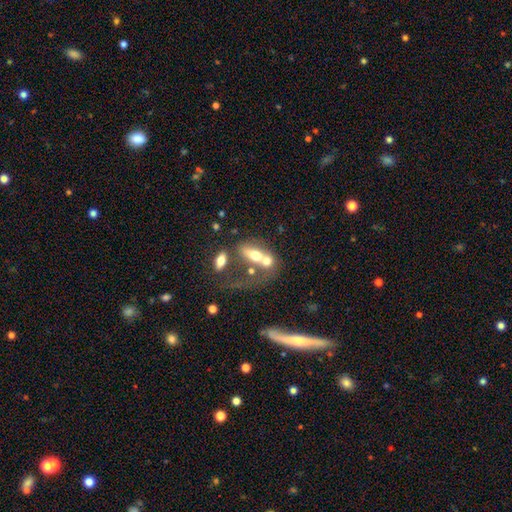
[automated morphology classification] A smooth galaxy with no disk features (56%) that is in between round and cigar-shaped (65%). Merging: merger (60%).